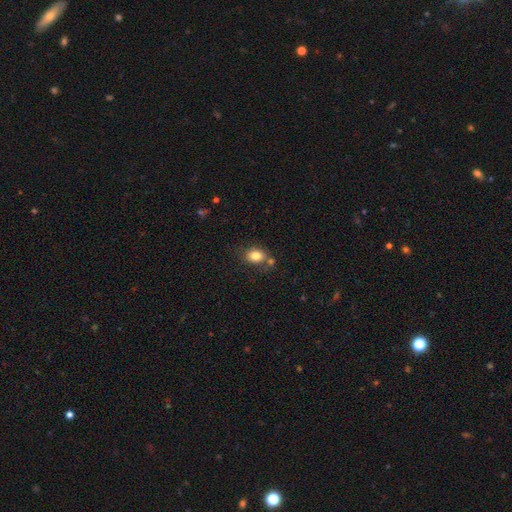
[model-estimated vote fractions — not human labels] Morphology: type=smooth (82%); roundness=in between (63%); merging=none (62%).